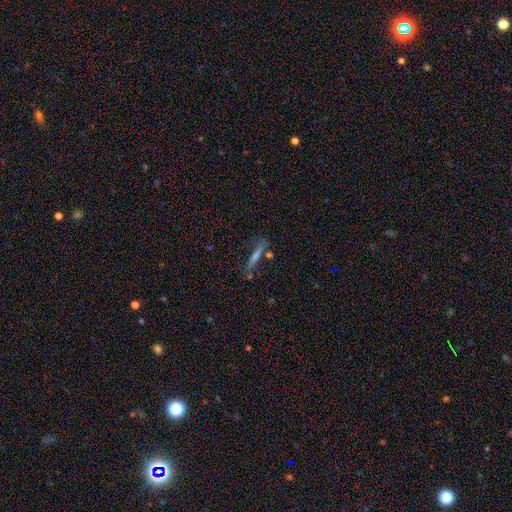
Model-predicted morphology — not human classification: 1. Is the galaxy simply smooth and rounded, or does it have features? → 44% smooth, 39% featured or disk, 18% star or artifact.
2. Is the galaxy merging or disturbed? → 65% none, 17% minor disturbance, 9% major disturbance, 9% merger.